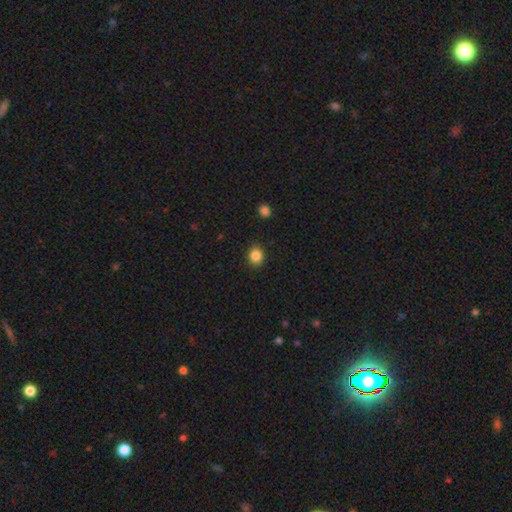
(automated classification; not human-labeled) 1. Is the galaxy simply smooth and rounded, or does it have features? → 85% smooth, 11% star or artifact, 4% featured or disk.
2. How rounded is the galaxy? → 69% round, 31% in between, 1% cigar-shaped.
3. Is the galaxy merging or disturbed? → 89% none, 8% minor disturbance, 2% major disturbance, 1% merger.